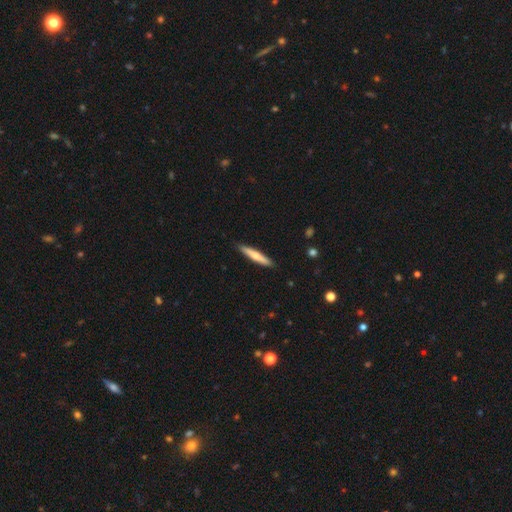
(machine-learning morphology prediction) Smooth or featured? smooth (56%)
How rounded? cigar-shaped (92%)
Merging? none (90%)